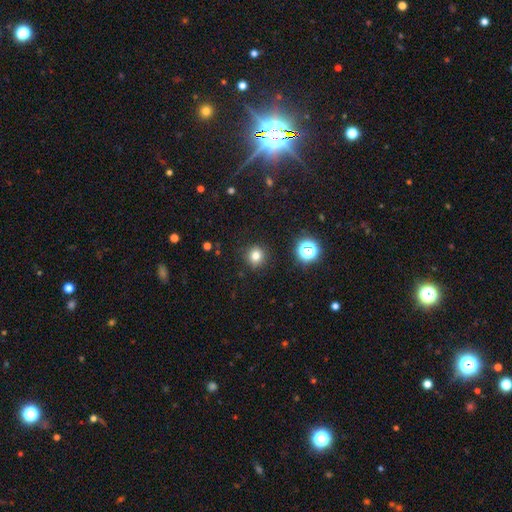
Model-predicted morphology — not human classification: The model was most divided on "smooth or featured": smooth: 77%, star or artifact: 16%, featured or disk: 6%. More confident: how rounded — round (91%); merging — none (90%).